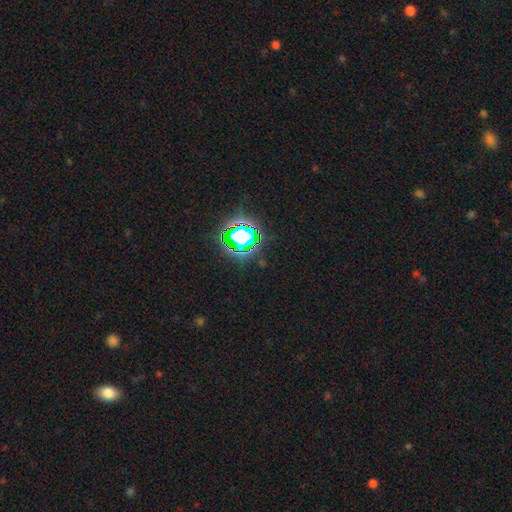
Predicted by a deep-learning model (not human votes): Smooth or featured: star or artifact — 79% (smooth — 14%)